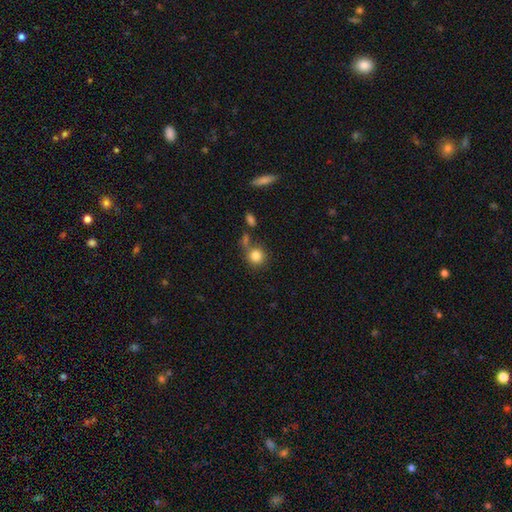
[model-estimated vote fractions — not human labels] smooth-or-featured: smooth: 83% | star or artifact: 10% | featured or disk: 7%
  how-rounded: round: 89% | in between: 10% | cigar-shaped: 1%
  merging: none: 66% | merger: 16% | minor disturbance: 12% | major disturbance: 6%